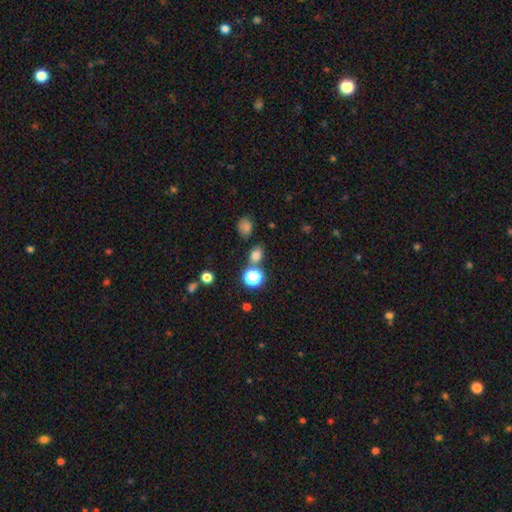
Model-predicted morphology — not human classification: A smooth galaxy with no disk features (71%) that is round (53%). Merging: none (74%).